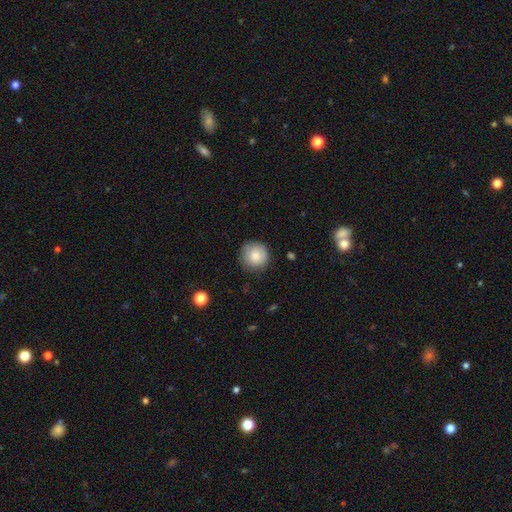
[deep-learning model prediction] Q: Smooth or featured?
A: smooth (83%); runner-up: featured or disk (9%)
Q: How rounded?
A: round (95%); runner-up: in between (4%)
Q: Merging?
A: none (84%); runner-up: minor disturbance (12%)